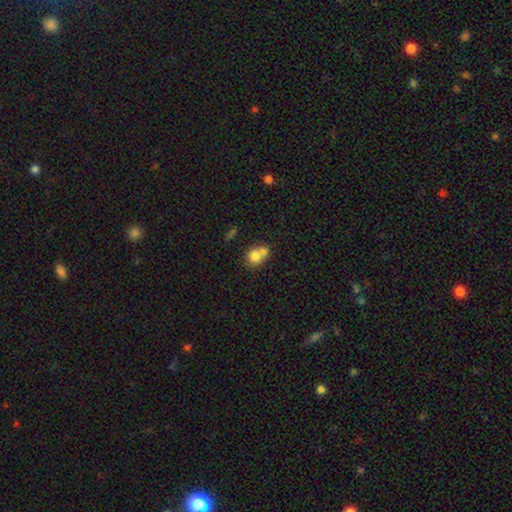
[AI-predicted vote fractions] This is likely a smooth galaxy (75%). How rounded: likely round (69%). Merging: possibly merger (53%).